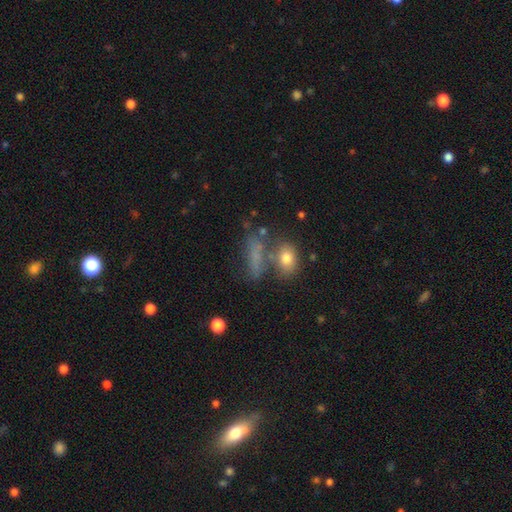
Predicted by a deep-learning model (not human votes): Morphology: type=smooth (62%); roundness=cigar-shaped (46%); merging=none (54%).